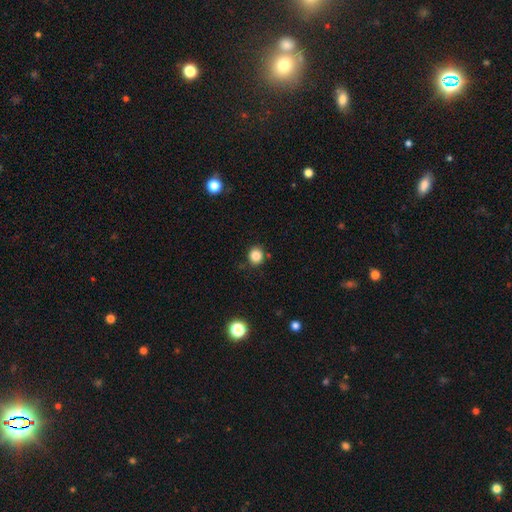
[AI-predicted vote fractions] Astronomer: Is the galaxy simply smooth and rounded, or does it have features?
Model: smooth — 84%.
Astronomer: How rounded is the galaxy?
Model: round — 85%.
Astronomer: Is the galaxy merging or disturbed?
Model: none — 86%.